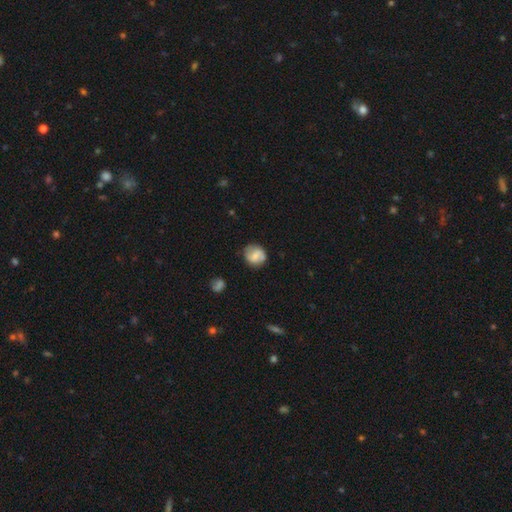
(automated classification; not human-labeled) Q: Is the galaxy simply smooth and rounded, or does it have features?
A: smooth — 54%.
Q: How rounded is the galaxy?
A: round — 79%.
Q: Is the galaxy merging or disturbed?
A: none — 74%.